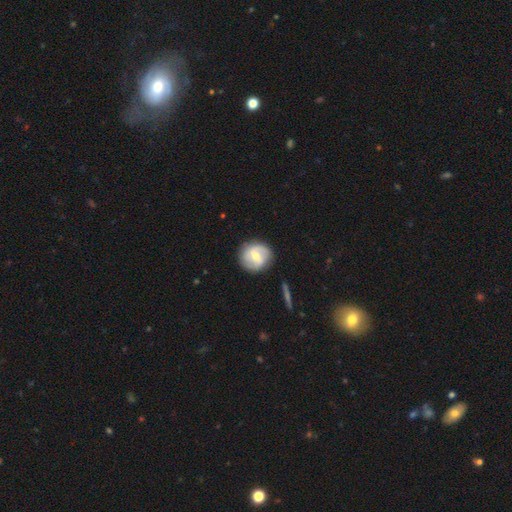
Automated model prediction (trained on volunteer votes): smooth-or-featured: featured or disk: 62% | smooth: 32% | star or artifact: 6%
  disk-edge-on: no: 96% | yes: 4%
    bar: weak: 50% | no: 30% | strong: 20%
    has-spiral-arms: yes: 80% | no: 20%
    bulge-size: moderate: 60% | small: 35% | large: 3% | none: 1% | dominant: 1%
  merging: none: 83% | minor disturbance: 12% | major disturbance: 4% | merger: 2%